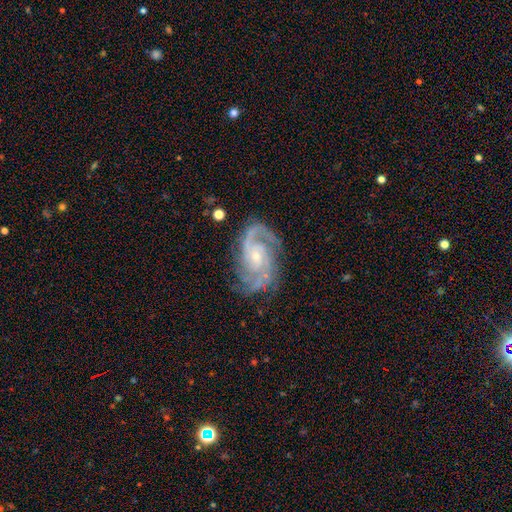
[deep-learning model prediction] This is clearly a featured or disk galaxy (91%). It is clearly not viewed edge-on (97%). Bar: likely no (60%). Spiral arm pattern: clearly yes (98%). Spiral arm count: possibly 2 (49%). Spiral winding: possibly medium (47%). Central bulge: likely small (68%). Merging: likely none (74%).